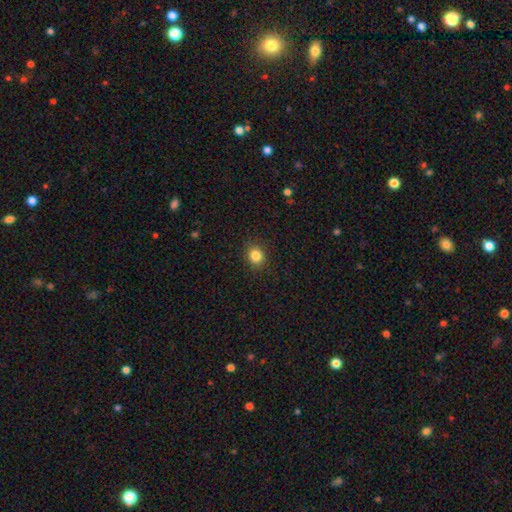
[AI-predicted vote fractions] Morphology: type=smooth (84%); roundness=round (76%); merging=none (89%).